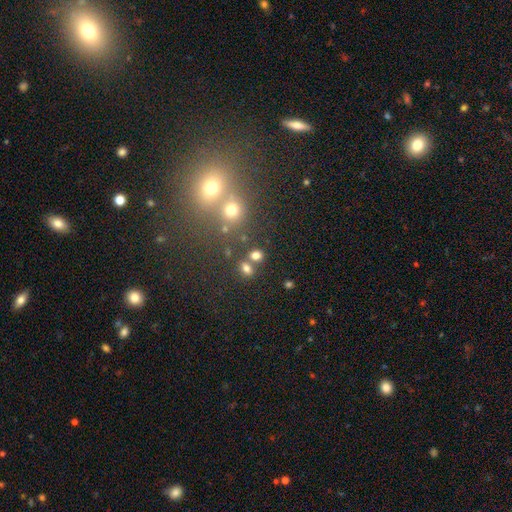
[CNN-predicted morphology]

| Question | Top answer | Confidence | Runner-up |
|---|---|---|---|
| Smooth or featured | smooth | 75% | star or artifact (17%) |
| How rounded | in between | 51% | round (48%) |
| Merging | none | 64% | merger (21%) |